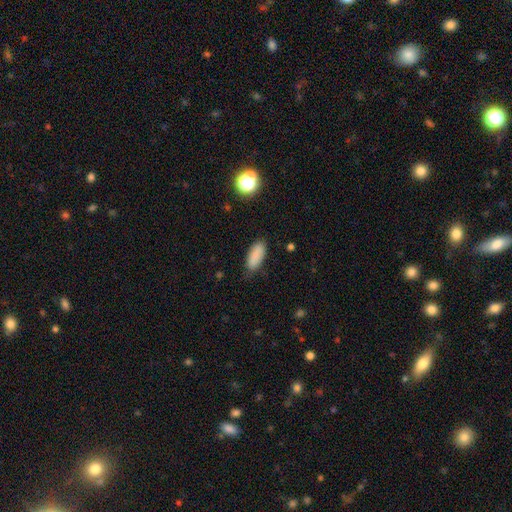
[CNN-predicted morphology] type=smooth (87%); roundness=in between (79%); merging=none (78%).